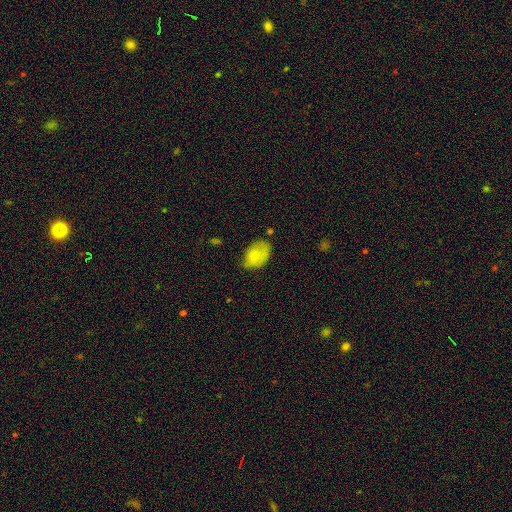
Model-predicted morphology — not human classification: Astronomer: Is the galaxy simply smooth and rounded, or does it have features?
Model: smooth — 75%.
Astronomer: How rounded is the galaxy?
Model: in between — 86%.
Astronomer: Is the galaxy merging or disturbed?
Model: none — 58%.